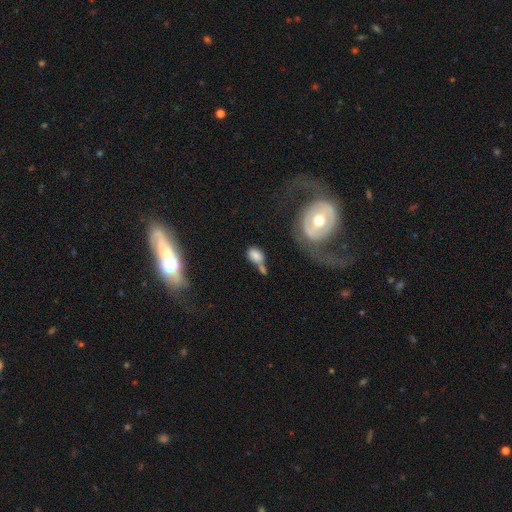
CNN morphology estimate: Smooth or featured? Predicted: smooth (p=0.75). How rounded? Predicted: in between (p=0.82). Merging? Predicted: merger (p=0.38).